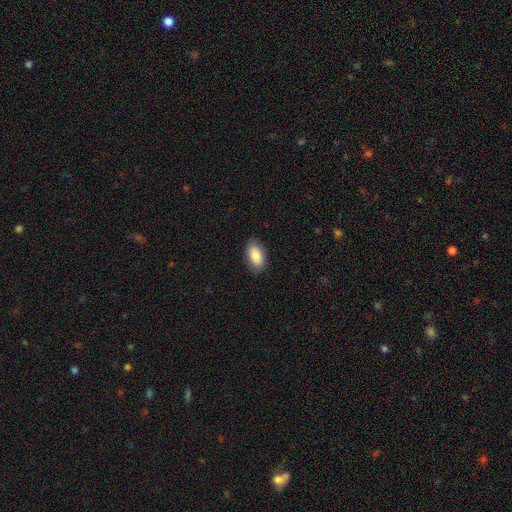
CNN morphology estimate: Smooth or featured?
  - smooth: 87% *
  - featured or disk: 7%
  - star or artifact: 6%
How rounded?
  - in between: 94% *
  - round: 3%
  - cigar-shaped: 3%
Merging?
  - none: 85% *
  - minor disturbance: 12%
  - major disturbance: 3%
  - merger: 1%